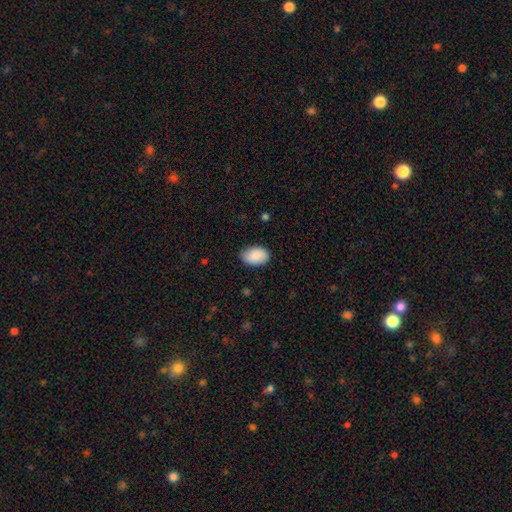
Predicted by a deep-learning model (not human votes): A smooth galaxy with no disk features (90%) that is in between round and cigar-shaped (92%).

Vote fractions:
- Smooth or featured? smooth: 90% / star or artifact: 6% / featured or disk: 4%
- How rounded? in between: 92% / round: 7% / cigar-shaped: 1%
- Merging? none: 83% / minor disturbance: 13% / major disturbance: 2% / merger: 1%